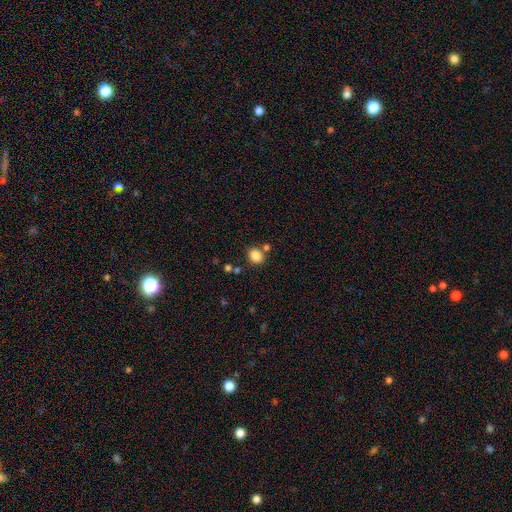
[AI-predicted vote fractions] Smooth or featured? Predicted: smooth (p=0.84). How rounded? Predicted: round (p=0.56). Merging? Predicted: none (p=0.73).